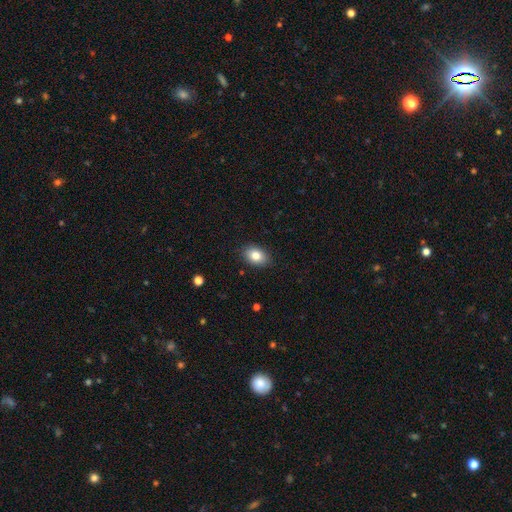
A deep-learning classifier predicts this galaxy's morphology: This is clearly a smooth galaxy (83%). How rounded: likely in between (79%). Merging: clearly none (88%).